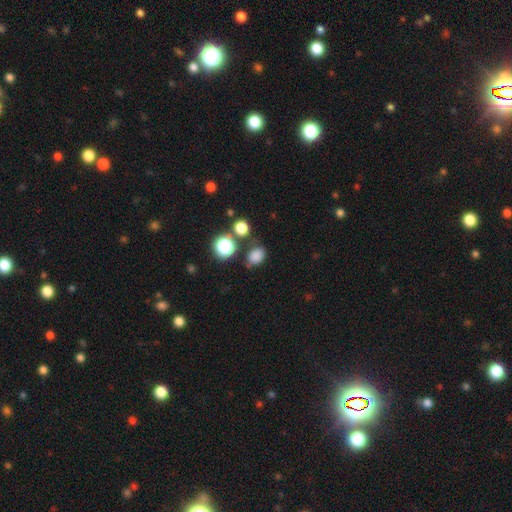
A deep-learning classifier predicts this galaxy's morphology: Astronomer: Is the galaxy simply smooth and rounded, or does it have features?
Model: smooth — 79%.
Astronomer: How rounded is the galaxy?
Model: in between — 54% (runner-up: round, 45%).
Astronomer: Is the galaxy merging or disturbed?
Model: none — 66%.